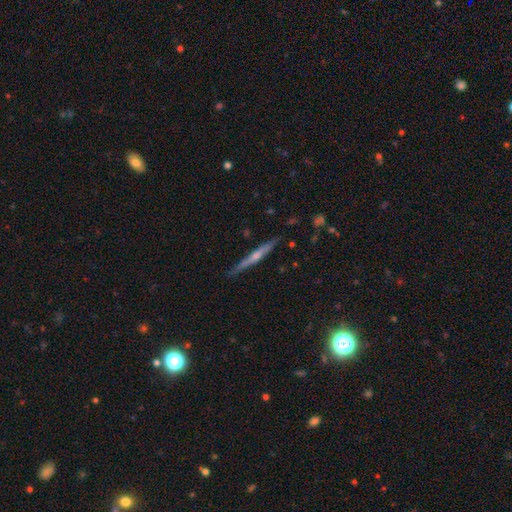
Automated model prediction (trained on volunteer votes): Smooth or featured?
  - featured or disk: 69% *
  - smooth: 25%
  - star or artifact: 6%
Edge-on disk?
  - yes: 98% *
  - no: 2%
Edge-on bulge?
  - rounded: 71% *
  - none: 22%
  - boxy: 7%
Merging?
  - none: 88% *
  - minor disturbance: 9%
  - major disturbance: 2%
  - merger: 1%